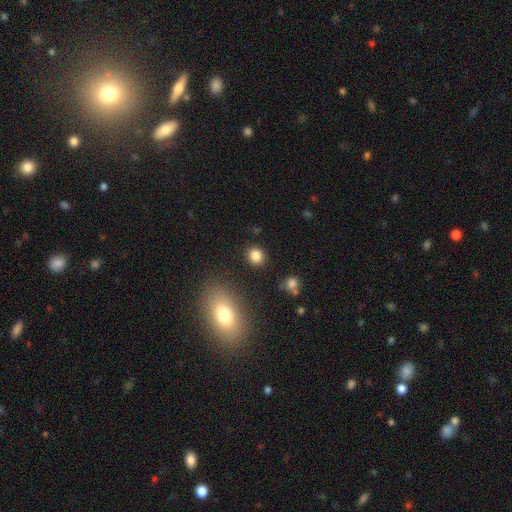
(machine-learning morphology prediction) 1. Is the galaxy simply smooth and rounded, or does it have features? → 84% smooth, 11% star or artifact, 5% featured or disk.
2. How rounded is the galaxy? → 78% round, 21% in between, 1% cigar-shaped.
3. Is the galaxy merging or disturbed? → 88% none, 7% minor disturbance, 2% major disturbance, 2% merger.